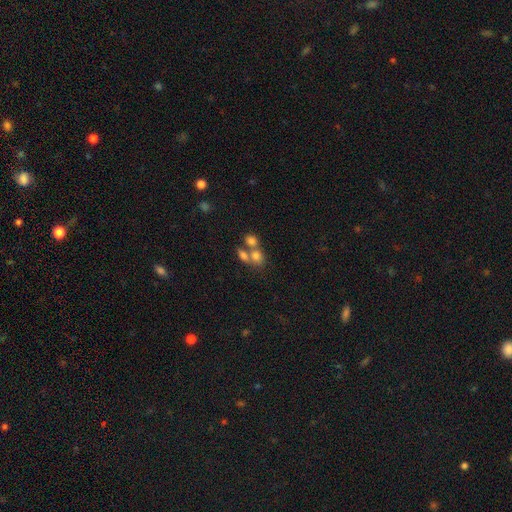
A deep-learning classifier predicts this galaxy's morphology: smooth 71%, featured or disk 15%, star or artifact 13%. Down the decision tree: how rounded — in between (50%); merging — merger (55%).